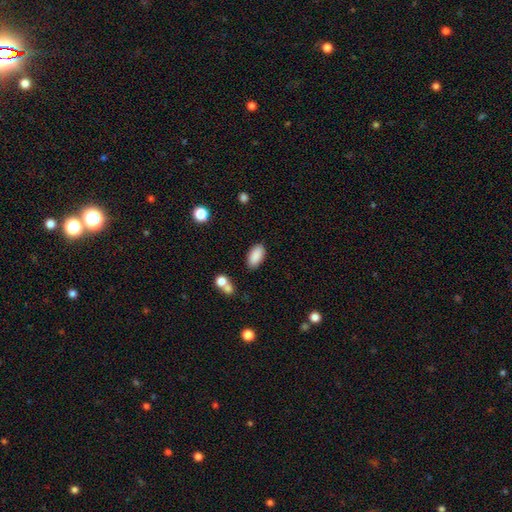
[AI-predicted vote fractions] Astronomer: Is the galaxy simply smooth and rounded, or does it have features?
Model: smooth — 88%.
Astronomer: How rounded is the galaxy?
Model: in between — 93%.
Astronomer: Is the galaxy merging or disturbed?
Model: none — 83%.